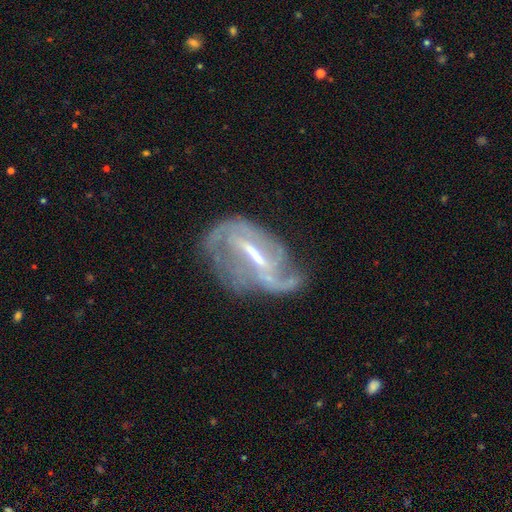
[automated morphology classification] type=featured or disk (80%); edge-on=no (93%); bar=strong (59%); spiral arms=yes (80%); winding=medium (39%); arm count=2 (39%); bulge=small (43%); merging=none (43%).